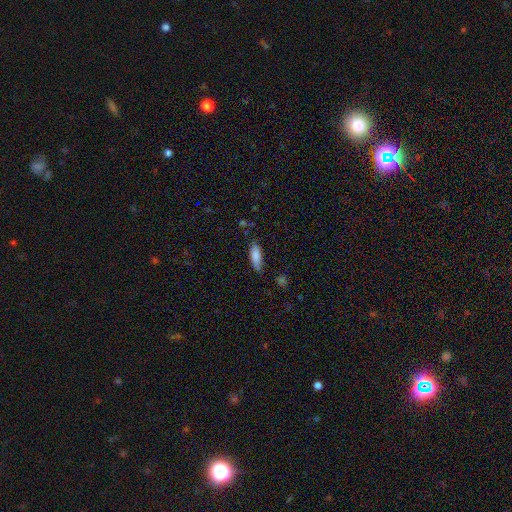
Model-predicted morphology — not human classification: Smooth or featured? smooth (84%)
How rounded? in between (63%)
Merging? none (70%)